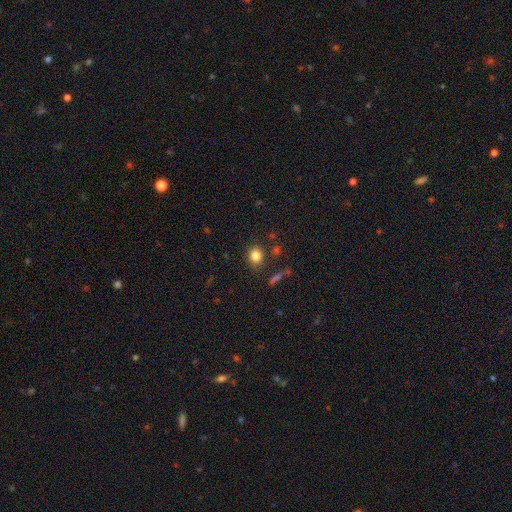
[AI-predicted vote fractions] This is clearly a smooth galaxy (83%). How rounded: likely round (64%). Merging: clearly none (83%).